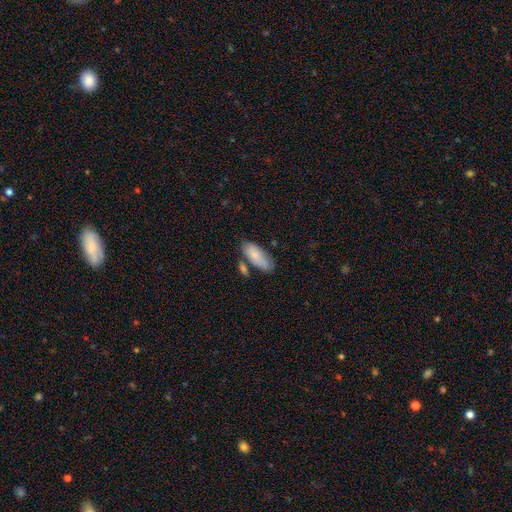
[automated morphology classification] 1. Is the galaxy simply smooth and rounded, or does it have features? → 79% smooth, 15% featured or disk, 6% star or artifact.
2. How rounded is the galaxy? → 82% in between, 16% cigar-shaped, 2% round.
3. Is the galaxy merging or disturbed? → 61% none, 19% minor disturbance, 15% merger, 5% major disturbance.